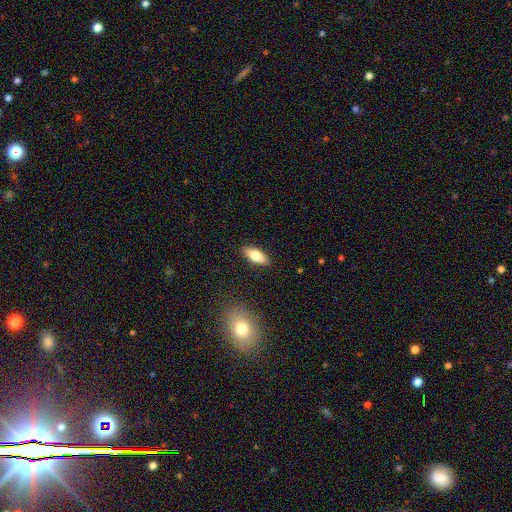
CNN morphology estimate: A smooth galaxy with no disk features (73%) that is in between round and cigar-shaped (77%). Merging: none (89%).